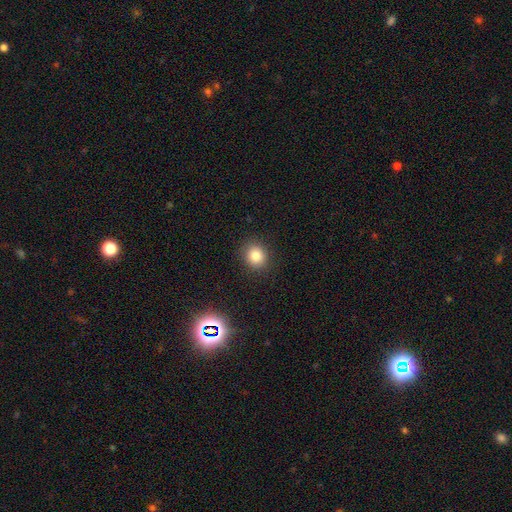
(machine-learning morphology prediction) A smooth galaxy with no disk features (82%) that is round (80%). Merging: none (90%).